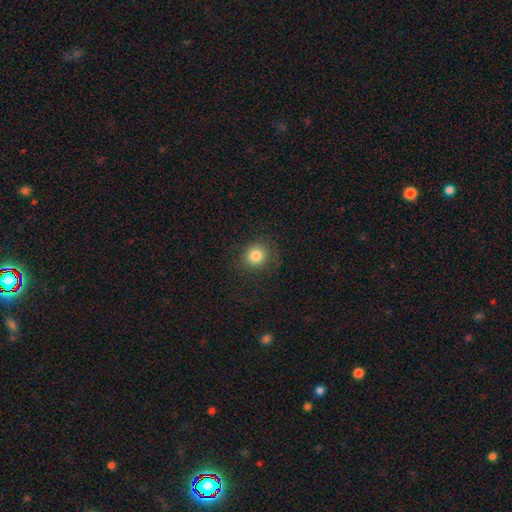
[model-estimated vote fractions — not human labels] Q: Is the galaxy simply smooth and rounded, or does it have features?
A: smooth — 82%.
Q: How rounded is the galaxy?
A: round — 86%.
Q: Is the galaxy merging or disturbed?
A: none — 83%.